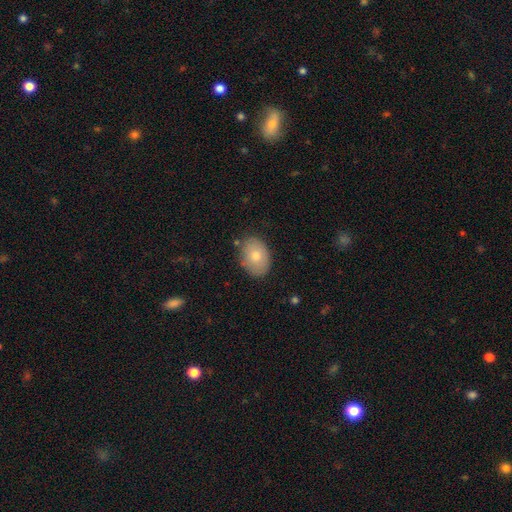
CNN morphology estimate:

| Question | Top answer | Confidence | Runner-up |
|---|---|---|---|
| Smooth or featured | smooth | 73% | featured or disk (19%) |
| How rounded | in between | 77% | round (22%) |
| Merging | none | 81% | minor disturbance (14%) |